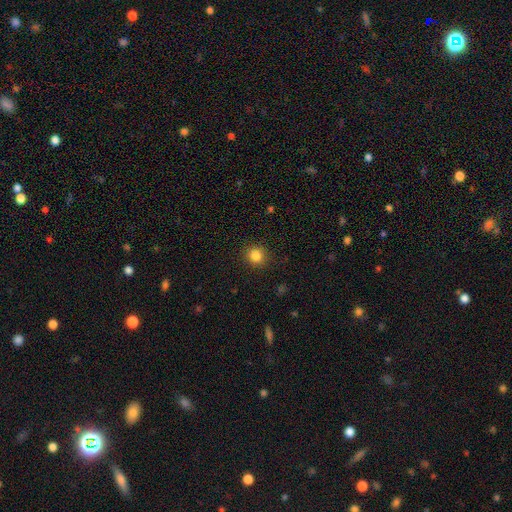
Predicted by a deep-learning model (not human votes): Morphology: type=smooth (84%); roundness=round (89%); merging=none (90%).